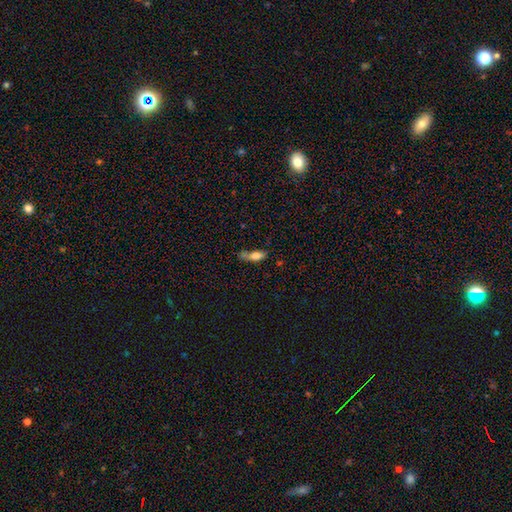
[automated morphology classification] smooth 75%, featured or disk 16%, star or artifact 10%. Down the decision tree: how rounded — in between (64%); merging — none (37%).